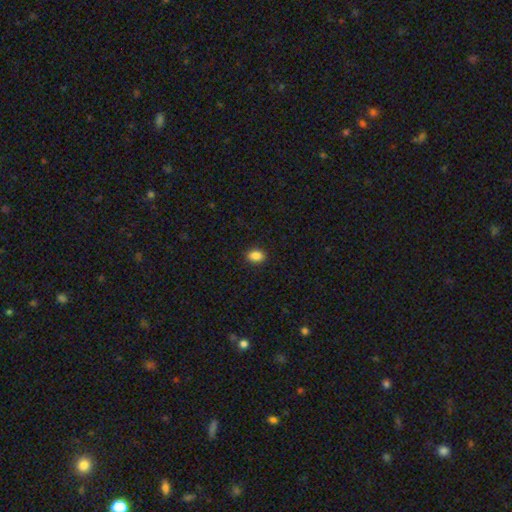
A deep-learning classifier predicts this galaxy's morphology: Smooth or featured?
  - smooth: 87% *
  - star or artifact: 9%
  - featured or disk: 4%
How rounded?
  - in between: 75% *
  - round: 23%
  - cigar-shaped: 1%
Merging?
  - none: 90% *
  - minor disturbance: 7%
  - major disturbance: 2%
  - merger: 1%